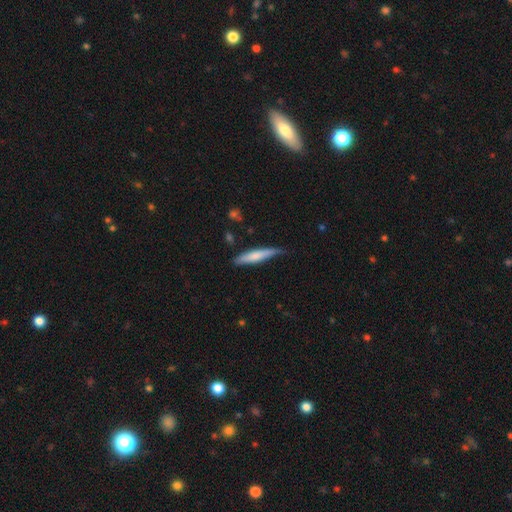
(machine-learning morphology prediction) smooth 71%, featured or disk 24%, star or artifact 5%. Down the decision tree: how rounded — cigar-shaped (87%); merging — none (64%).